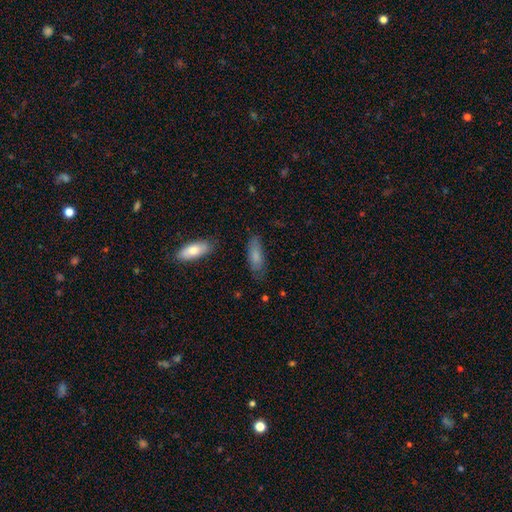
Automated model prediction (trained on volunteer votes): This appears to be a smooth galaxy with no disk features (79%) that is in between round and cigar-shaped (65%). Merging: none (71%).